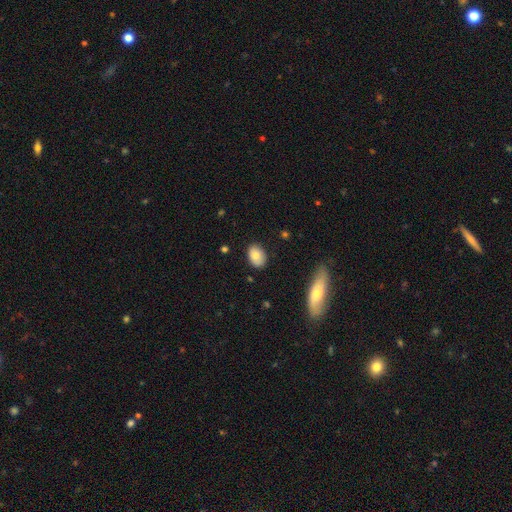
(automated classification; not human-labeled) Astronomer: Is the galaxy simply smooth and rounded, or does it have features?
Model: smooth — 81%.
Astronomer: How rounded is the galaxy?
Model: in between — 83%.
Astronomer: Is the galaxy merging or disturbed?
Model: none — 83%.